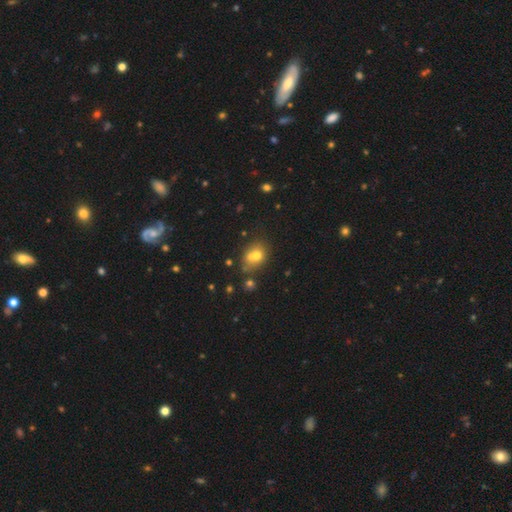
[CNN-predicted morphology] A smooth galaxy with no disk features (68%) that is round (55%).

Vote fractions:
- Smooth or featured? smooth: 68% / featured or disk: 17% / star or artifact: 15%
- How rounded? round: 55% / in between: 44% / cigar-shaped: 1%
- Merging? none: 41% / merger: 39% / minor disturbance: 14% / major disturbance: 6%